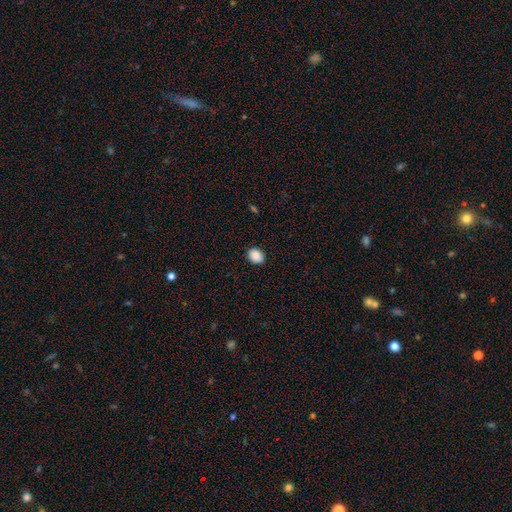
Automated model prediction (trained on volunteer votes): Smooth or featured?
  - smooth: 89% *
  - star or artifact: 8%
  - featured or disk: 4%
How rounded?
  - in between: 60% *
  - round: 39%
  - cigar-shaped: 1%
Merging?
  - none: 89% *
  - minor disturbance: 8%
  - major disturbance: 2%
  - merger: 1%